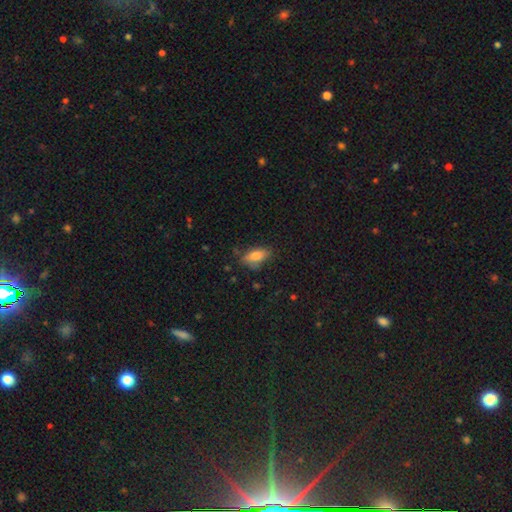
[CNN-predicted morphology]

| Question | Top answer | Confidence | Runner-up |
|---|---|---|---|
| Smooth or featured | smooth | 76% | featured or disk (15%) |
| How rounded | in between | 83% | cigar-shaped (12%) |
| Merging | none | 66% | minor disturbance (25%) |